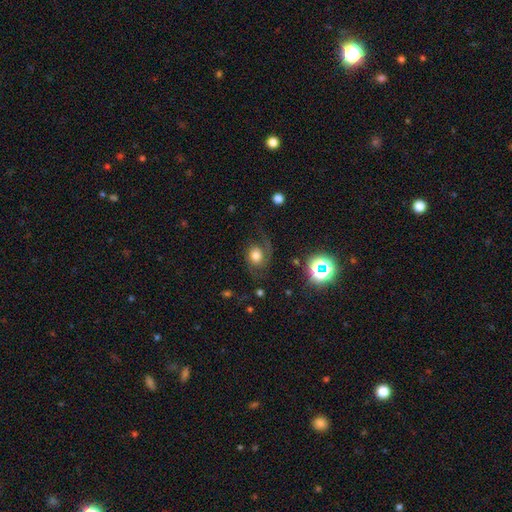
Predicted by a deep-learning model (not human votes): smooth-or-featured: featured or disk: 59% | smooth: 28% | star or artifact: 13%
  disk-edge-on: no: 97% | yes: 3%
    bar: no: 73% | weak: 22% | strong: 5%
    has-spiral-arms: yes: 92% | no: 8%
      spiral-winding: loose: 47% | medium: 41% | tight: 12%
      spiral-arm-count: 2: 75% | 1: 18% | can't tell: 3% | 3: 1% | 4: 1% | more than 4: 1%
    bulge-size: moderate: 44% | large: 34% | small: 9% | dominant: 9% | none: 3%
  merging: none: 59% | major disturbance: 21% | minor disturbance: 18% | merger: 2%